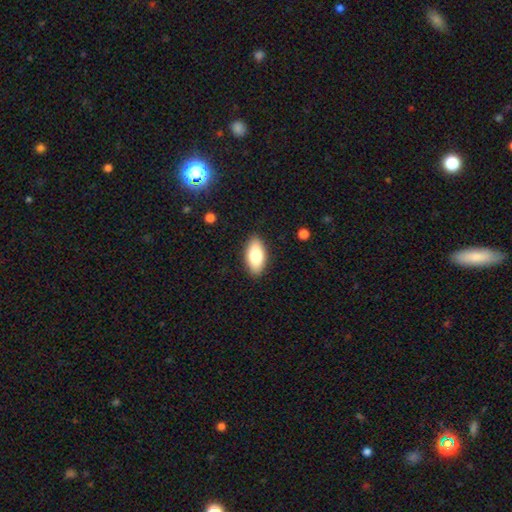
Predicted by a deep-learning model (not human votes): Smooth or featured: smooth — 80% (featured or disk — 14%)
How rounded: in between — 91% (cigar-shaped — 6%)
Merging: none — 88% (minor disturbance — 9%)